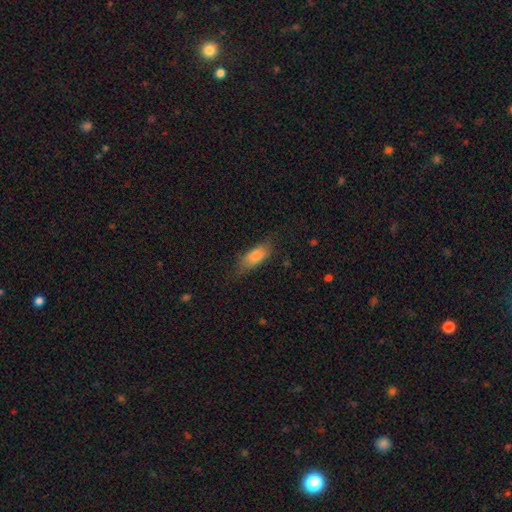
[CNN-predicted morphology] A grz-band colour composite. It shows a smooth galaxy with no disk features (80%) that is in between round and cigar-shaped (72%). Merging: none (70%).